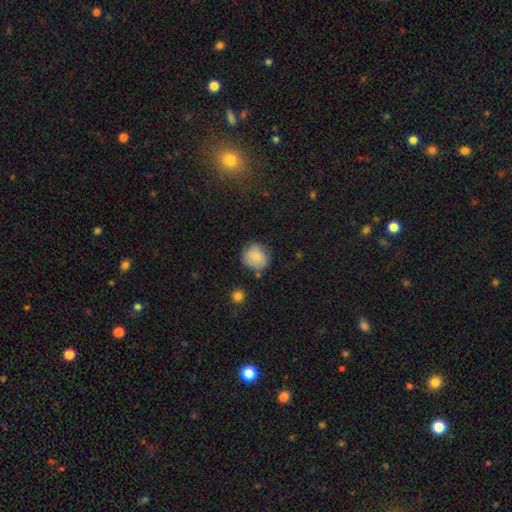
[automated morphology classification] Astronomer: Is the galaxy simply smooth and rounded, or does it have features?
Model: smooth — 81%.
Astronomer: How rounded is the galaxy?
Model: round — 85%.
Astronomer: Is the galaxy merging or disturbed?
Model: none — 69%.